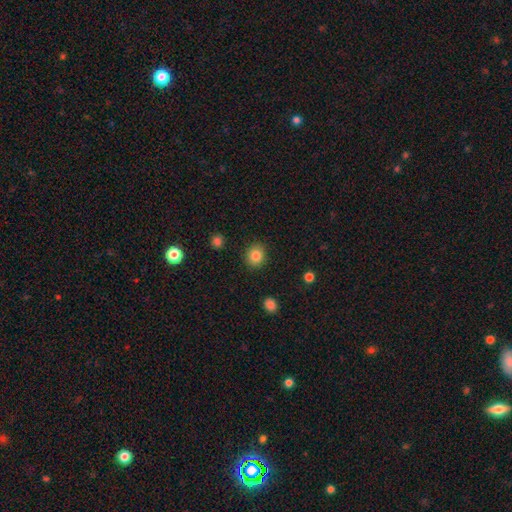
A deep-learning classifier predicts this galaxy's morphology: smooth 84%, star or artifact 10%, featured or disk 6%. Down the decision tree: how rounded — round (79%); merging — none (90%).